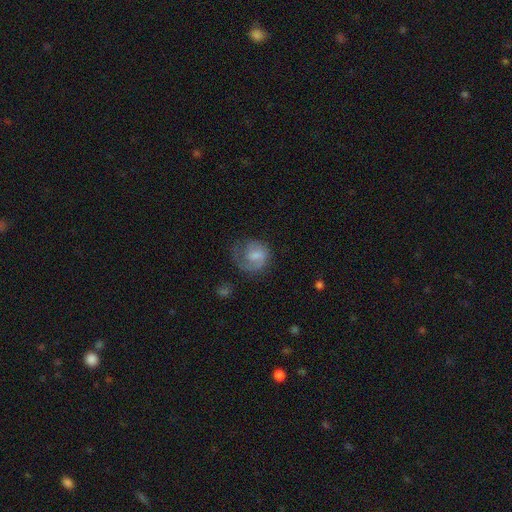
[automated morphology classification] Q: Smooth or featured?
A: featured or disk (49%); runner-up: smooth (44%)
Q: Merging?
A: none (48%); runner-up: major disturbance (28%)